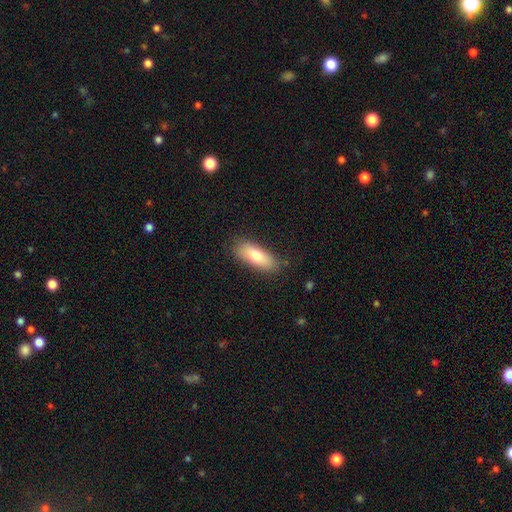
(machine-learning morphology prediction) Overall: smooth (73%). How rounded: in between (73%). Merging: none (81%).